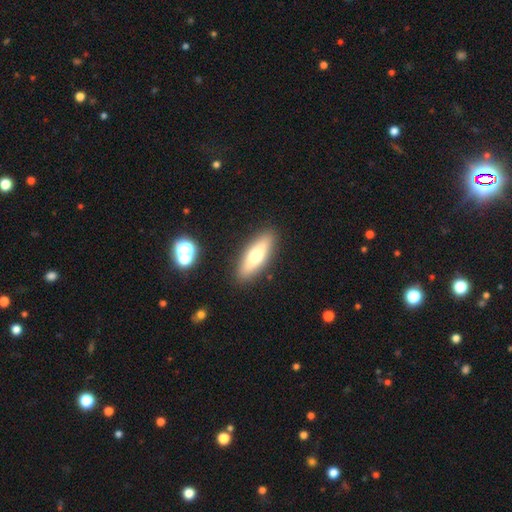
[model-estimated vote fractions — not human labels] A smooth galaxy with no disk features (58%) that is cigar-shaped (51%). Merging: none (88%).